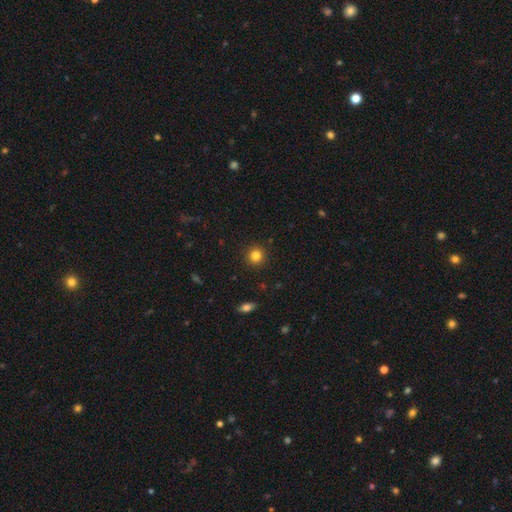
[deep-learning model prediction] Smooth or featured?
  - smooth: 83% *
  - star or artifact: 12%
  - featured or disk: 5%
How rounded?
  - round: 92% *
  - in between: 7%
  - cigar-shaped: 1%
Merging?
  - none: 92% *
  - minor disturbance: 5%
  - major disturbance: 2%
  - merger: 1%